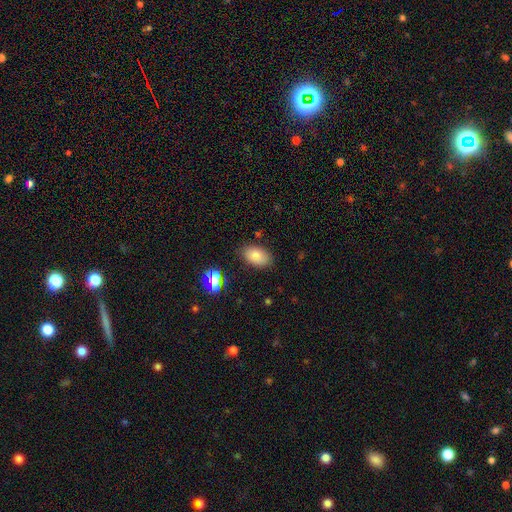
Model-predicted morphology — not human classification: Smooth or featured?
  - smooth: 81% *
  - star or artifact: 10%
  - featured or disk: 9%
How rounded?
  - in between: 90% *
  - round: 9%
  - cigar-shaped: 1%
Merging?
  - none: 83% *
  - minor disturbance: 12%
  - major disturbance: 3%
  - merger: 2%